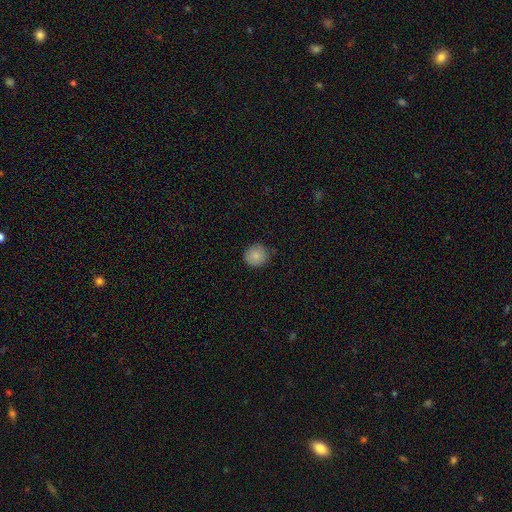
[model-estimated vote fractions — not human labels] This appears to be a smooth galaxy with no disk features (85%) that is round (90%). Merging: none (81%).